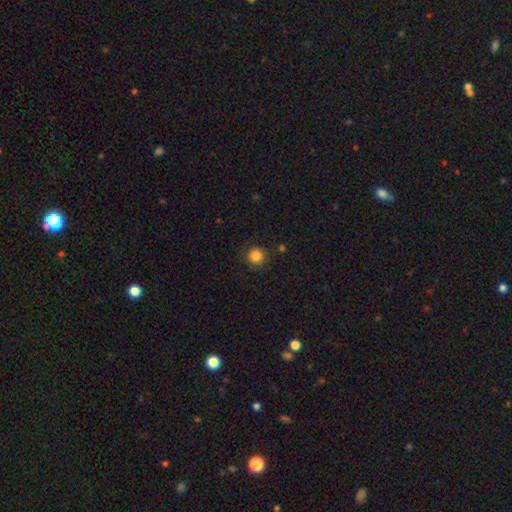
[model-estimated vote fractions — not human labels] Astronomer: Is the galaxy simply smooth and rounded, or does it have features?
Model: smooth — 85%.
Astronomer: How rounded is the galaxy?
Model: round — 94%.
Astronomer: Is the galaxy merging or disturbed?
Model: none — 87%.